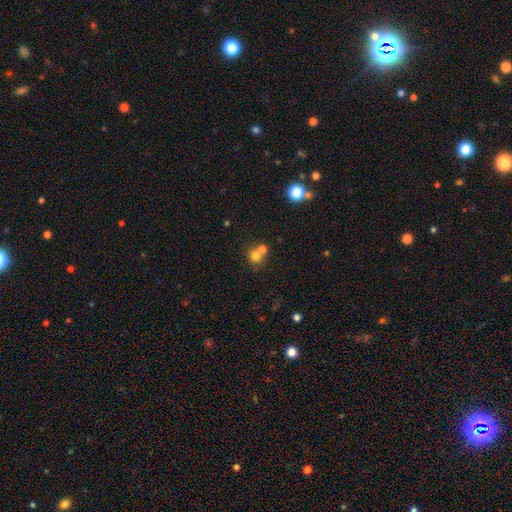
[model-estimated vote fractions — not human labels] Q: Smooth or featured?
A: smooth (74%); runner-up: star or artifact (14%)
Q: How rounded?
A: round (85%); runner-up: in between (14%)
Q: Merging?
A: merger (47%); runner-up: none (44%)